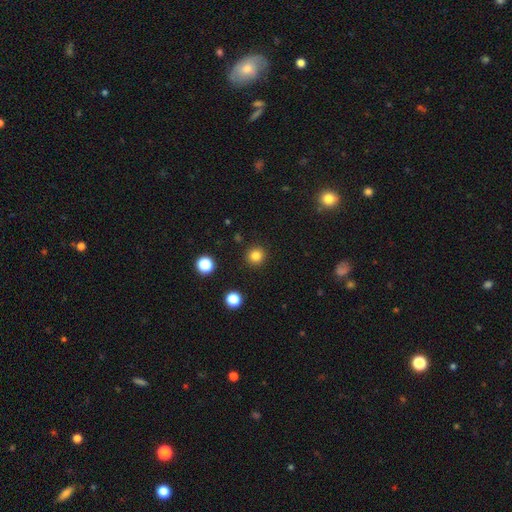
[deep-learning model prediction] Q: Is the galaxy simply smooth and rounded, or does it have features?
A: smooth — 82%.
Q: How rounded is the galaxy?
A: round — 94%.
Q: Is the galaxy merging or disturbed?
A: none — 92%.